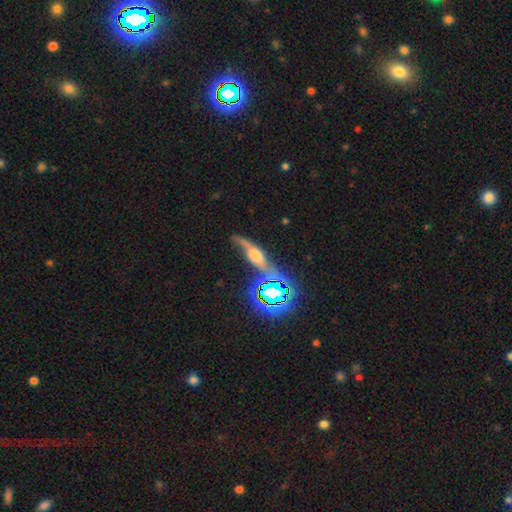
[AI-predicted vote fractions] smooth-or-featured: featured or disk: 61% | smooth: 20% | star or artifact: 19%
  disk-edge-on: yes: 72% | no: 28%
  merging: none: 58% | minor disturbance: 21% | major disturbance: 12% | merger: 9%